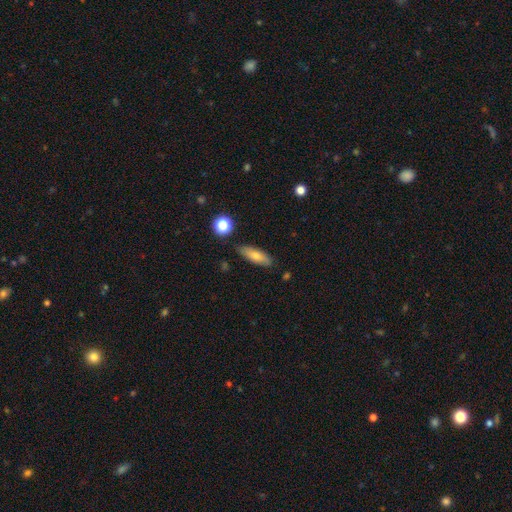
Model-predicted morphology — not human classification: Overall: smooth (73%). How rounded: in between (53%; cigar-shaped 43%). Merging: none (84%).